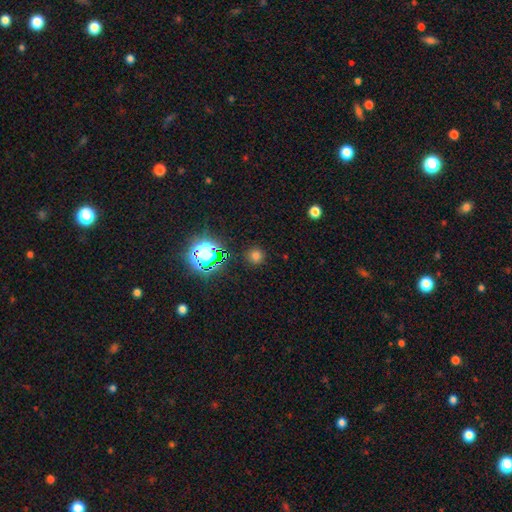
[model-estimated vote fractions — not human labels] smooth-or-featured: smooth: 70% | star or artifact: 24% | featured or disk: 6%
  how-rounded: round: 94% | in between: 5% | cigar-shaped: 1%
  merging: none: 88% | minor disturbance: 7% | major disturbance: 3% | merger: 2%